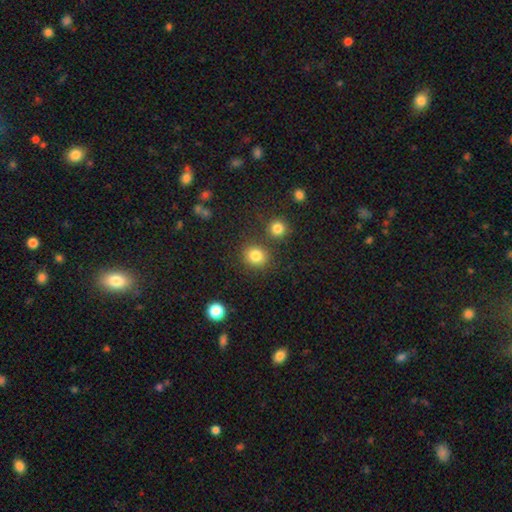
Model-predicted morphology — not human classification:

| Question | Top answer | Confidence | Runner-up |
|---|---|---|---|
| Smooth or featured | smooth | 83% | star or artifact (12%) |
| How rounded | round | 79% | in between (20%) |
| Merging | none | 80% | merger (9%) |